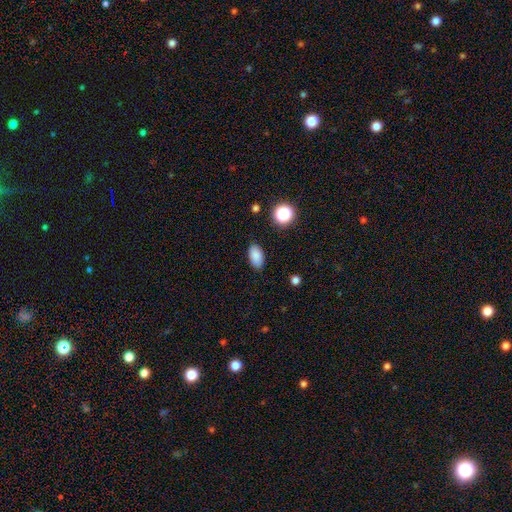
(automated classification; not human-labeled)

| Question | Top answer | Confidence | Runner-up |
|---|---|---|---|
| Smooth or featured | smooth | 86% | star or artifact (10%) |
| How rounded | in between | 92% | round (6%) |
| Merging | none | 87% | minor disturbance (9%) |